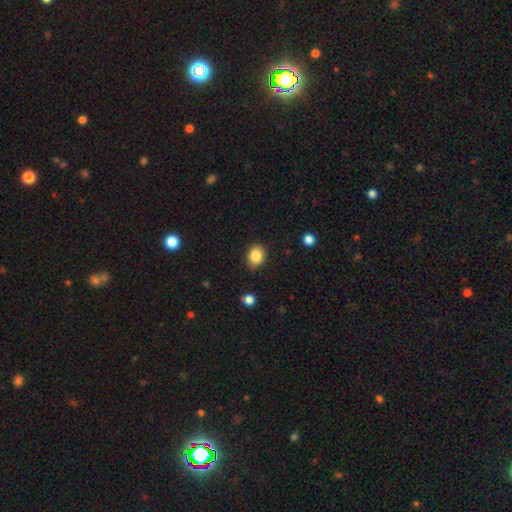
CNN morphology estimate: type=smooth (85%); roundness=round (54%); merging=none (83%).